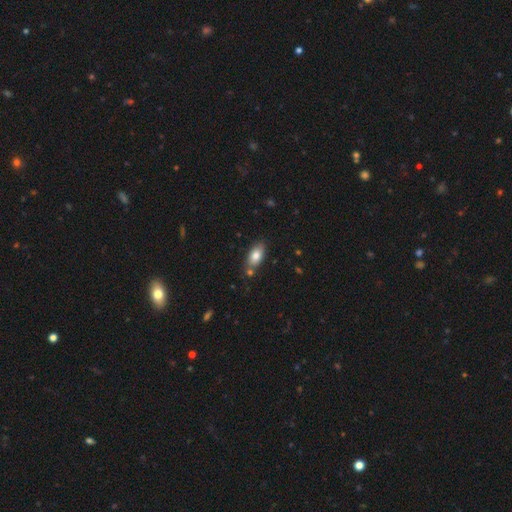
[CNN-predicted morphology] Smooth or featured? smooth (80%)
How rounded? in between (89%)
Merging? none (74%)